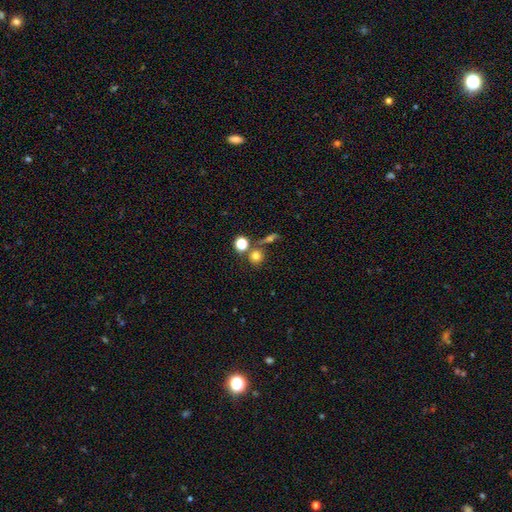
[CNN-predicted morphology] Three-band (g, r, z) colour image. It shows a smooth galaxy with no disk features (74%) that is round (88%). Merging: none (65%).